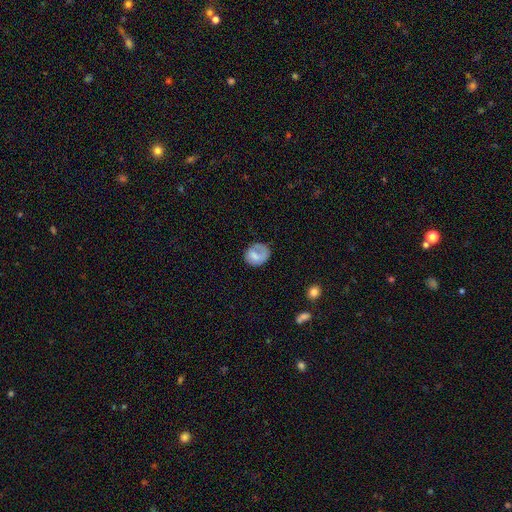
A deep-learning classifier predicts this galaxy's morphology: Smooth or featured? Predicted: smooth (p=0.66). How rounded? Predicted: round (p=0.60). Merging? Predicted: none (p=0.48).